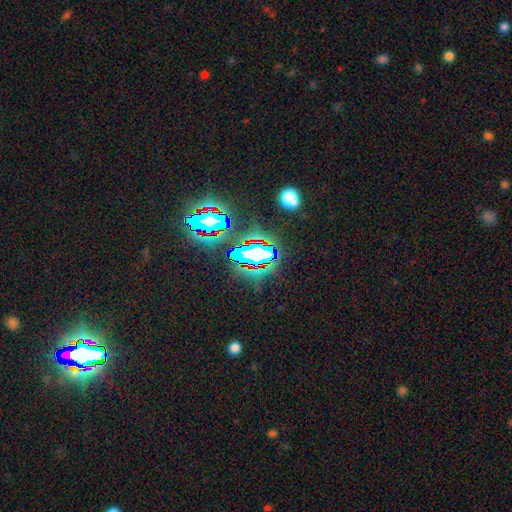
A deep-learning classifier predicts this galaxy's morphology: This appears to be a star or artifact, not a galaxy (66%).